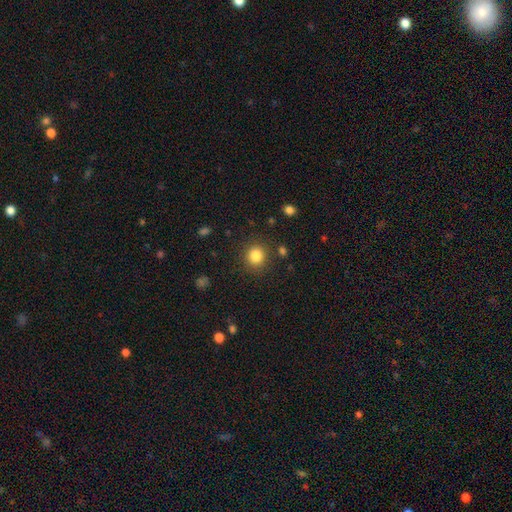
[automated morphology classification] type=smooth (84%); roundness=round (85%); merging=none (86%).